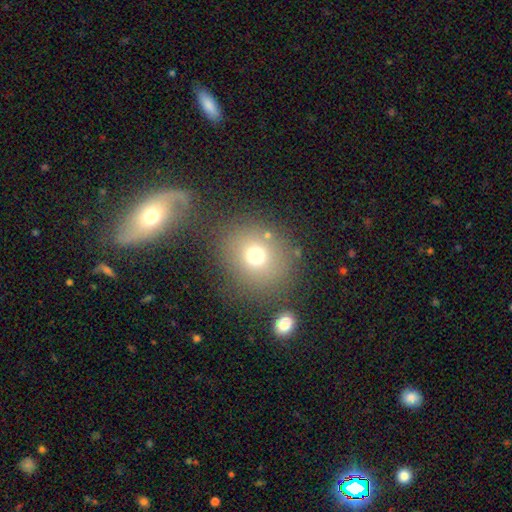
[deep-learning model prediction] Smooth or featured? Predicted: smooth (p=0.71). How rounded? Predicted: round (p=0.75). Merging? Predicted: none (p=0.75).